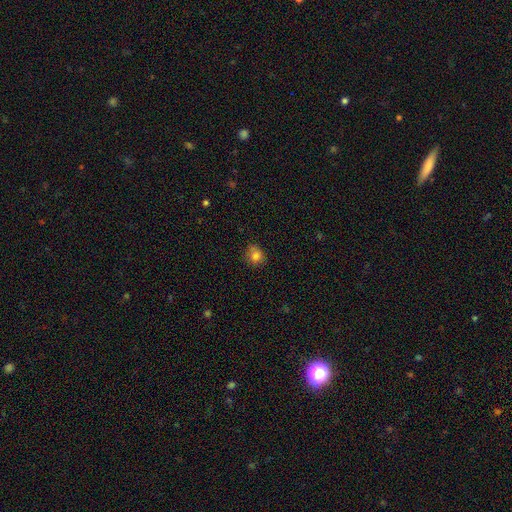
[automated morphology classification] smooth_or_featured: smooth (p=0.82) [alt: star or artifact p=0.12]
how_rounded: round (p=0.71) [alt: in between p=0.28]
merging: none (p=0.78) [alt: minor disturbance p=0.18]